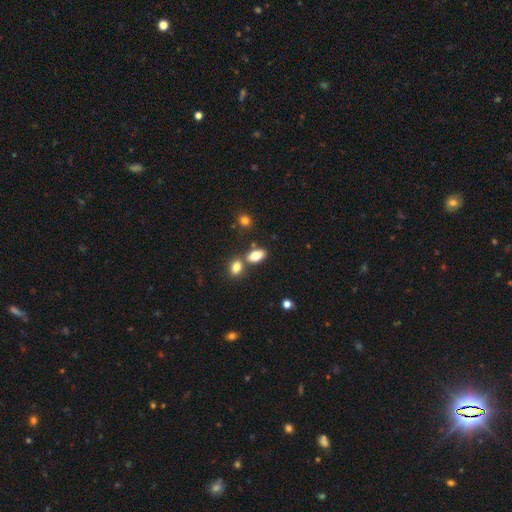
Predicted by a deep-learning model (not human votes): Q: Smooth or featured?
A: smooth (81%); runner-up: featured or disk (10%)
Q: How rounded?
A: in between (88%); runner-up: round (8%)
Q: Merging?
A: none (58%); runner-up: merger (29%)